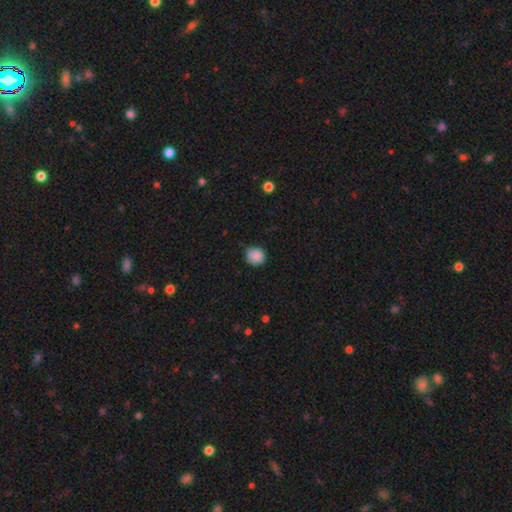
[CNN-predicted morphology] smooth-or-featured: smooth: 88% | star or artifact: 9% | featured or disk: 4%
  how-rounded: round: 88% | in between: 11% | cigar-shaped: 1%
  merging: none: 77% | minor disturbance: 18% | major disturbance: 3% | merger: 1%